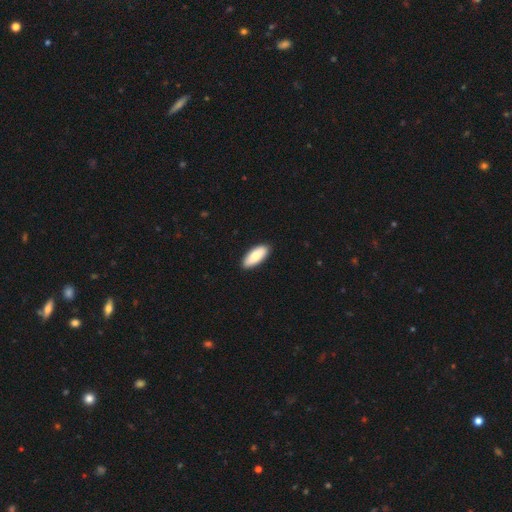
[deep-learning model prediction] smooth_or_featured: smooth (p=0.83) [alt: featured or disk p=0.12]
how_rounded: in between (p=0.84) [alt: cigar-shaped p=0.14]
merging: none (p=0.90) [alt: minor disturbance p=0.07]